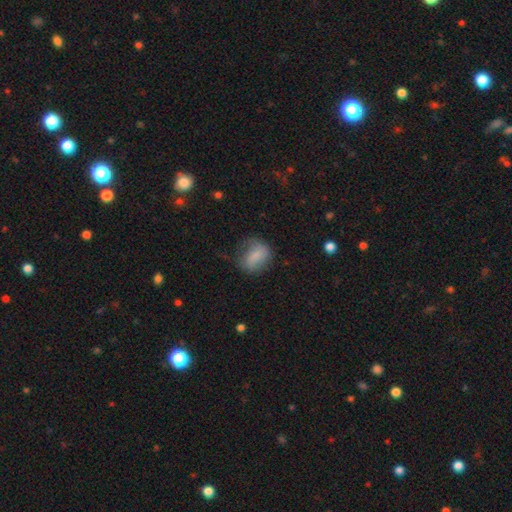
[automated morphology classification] Smooth or featured? smooth (73%)
How rounded? in between (57%)
Merging? none (57%)